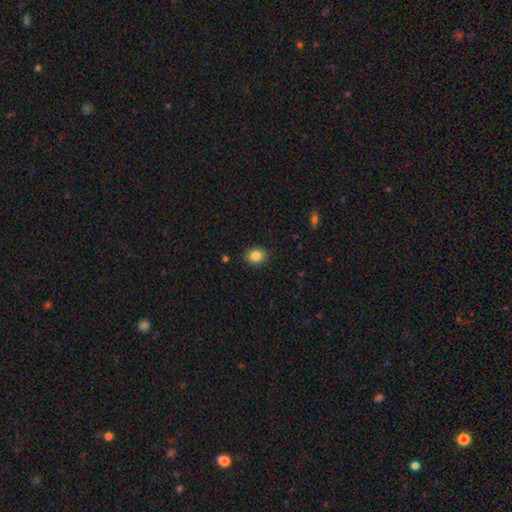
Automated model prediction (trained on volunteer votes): A smooth galaxy with no disk features (85%) that is round (53%). Merging: none (89%).